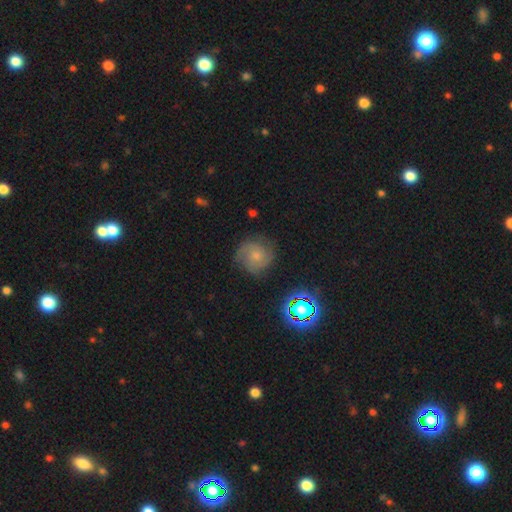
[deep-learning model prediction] Smooth or featured?
  - featured or disk: 58% *
  - smooth: 29%
  - star or artifact: 13%
Edge-on disk?
  - no: 97% *
  - yes: 3%
Bar?
  - no: 76% *
  - weak: 21%
  - strong: 3%
Spiral arms?
  - yes: 91% *
  - no: 9%
Spiral winding?
  - tight: 50% *
  - medium: 38%
  - loose: 12%
Spiral arm count?
  - 2: 35% *
  - can't tell: 26%
  - 3: 24%
  - 4: 6%
  - 1: 5%
  - more than 4: 4%
Bulge size?
  - small: 57% *
  - moderate: 31%
  - none: 8%
  - large: 3%
  - dominant: 1%
Merging?
  - none: 72% *
  - minor disturbance: 19%
  - major disturbance: 8%
  - merger: 2%